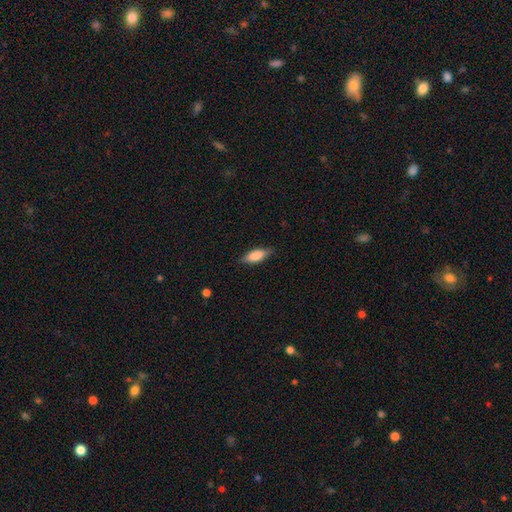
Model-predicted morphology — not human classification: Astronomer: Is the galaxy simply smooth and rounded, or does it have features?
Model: smooth — 79%.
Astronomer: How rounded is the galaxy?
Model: in between — 67%.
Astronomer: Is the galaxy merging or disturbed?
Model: none — 82%.